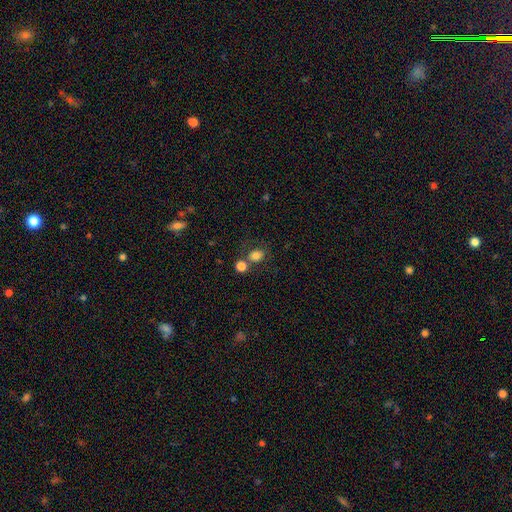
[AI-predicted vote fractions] Morphology: type=smooth (81%); roundness=round (60%); merging=none (54%).